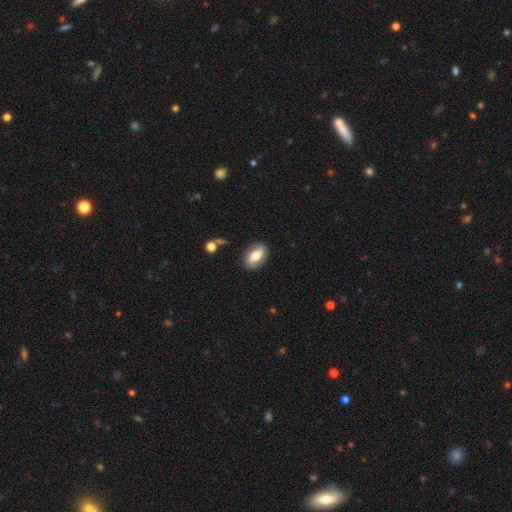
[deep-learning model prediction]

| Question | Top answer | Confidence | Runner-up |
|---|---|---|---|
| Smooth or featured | smooth | 49% | featured or disk (44%) |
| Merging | none | 81% | minor disturbance (14%) |